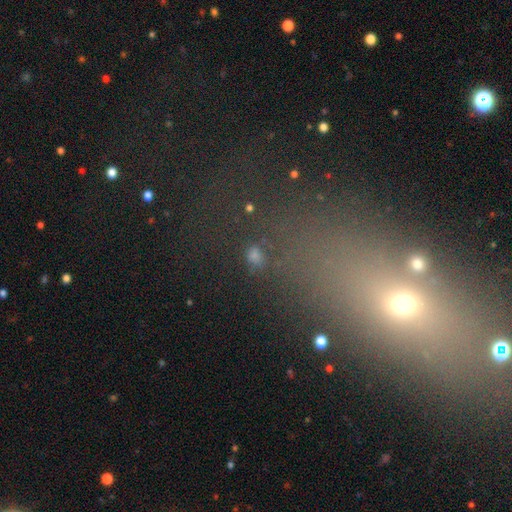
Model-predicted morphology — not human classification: This is possibly a smooth galaxy (53%). How rounded: possibly round (51%). Merging: likely none (67%).